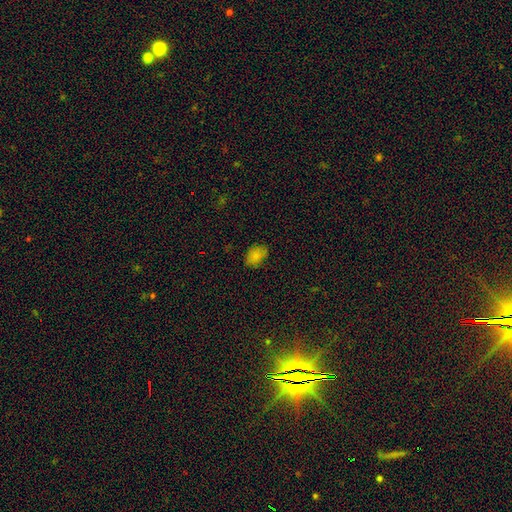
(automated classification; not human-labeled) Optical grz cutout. It shows a smooth galaxy with no disk features (82%) that is in between round and cigar-shaped (85%). Merging: none (79%).